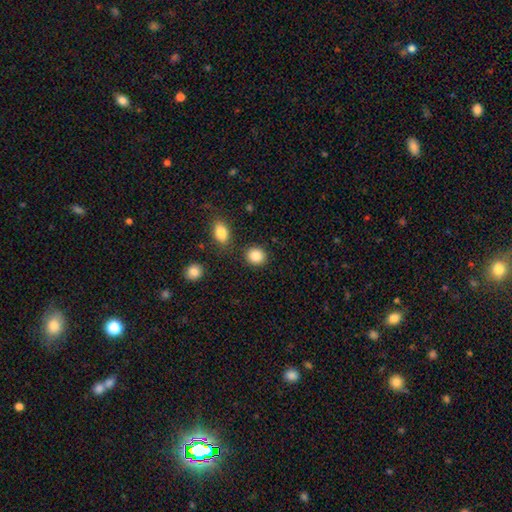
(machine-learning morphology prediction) Overall: smooth (87%). How rounded: round (80%). Merging: none (85%).